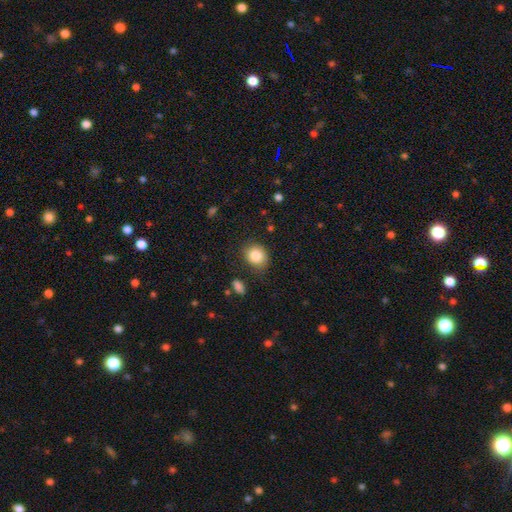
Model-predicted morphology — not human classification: Overall: smooth (84%). How rounded: round (64%; in between 35%). Merging: none (80%).